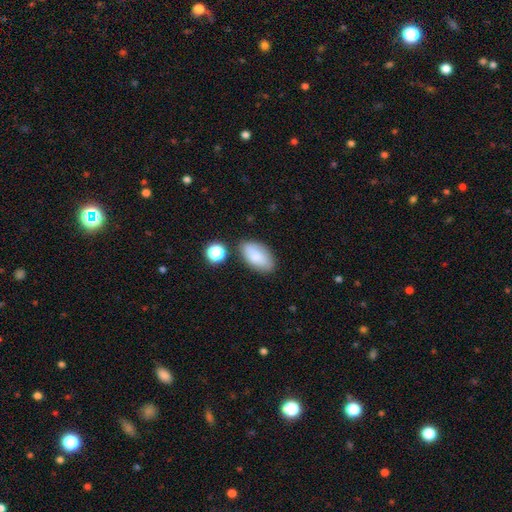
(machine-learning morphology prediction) smooth 81%, featured or disk 11%, star or artifact 8%. Down the decision tree: how rounded — in between (92%); merging — none (74%).